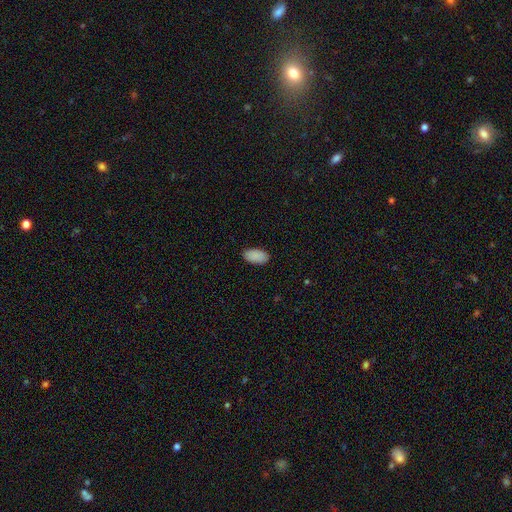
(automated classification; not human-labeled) This is clearly a smooth galaxy (90%). How rounded: clearly in between (95%). Merging: clearly none (88%).